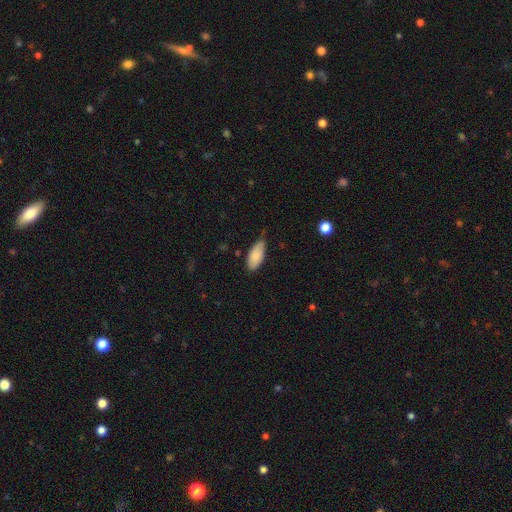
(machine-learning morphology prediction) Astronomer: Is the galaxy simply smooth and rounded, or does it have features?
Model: smooth — 86%.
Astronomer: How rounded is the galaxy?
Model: in between — 90%.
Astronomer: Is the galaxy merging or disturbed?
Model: none — 58% (runner-up: minor disturbance, 35%).